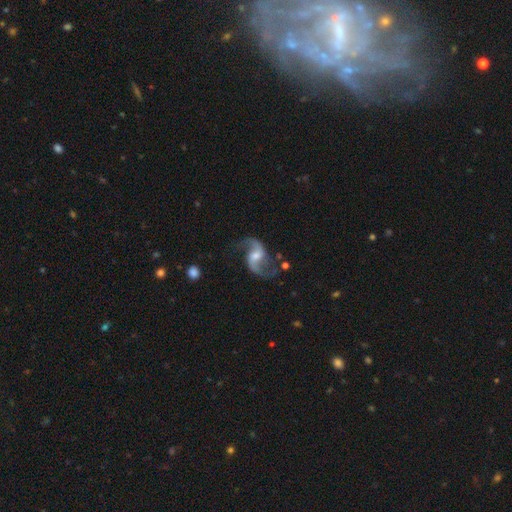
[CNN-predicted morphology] type=featured or disk (90%); edge-on=no (98%); bar=weak (49%); spiral arms=yes (97%); winding=loose (71%); arm count=2 (93%); bulge=moderate (50%); merging=none (72%).